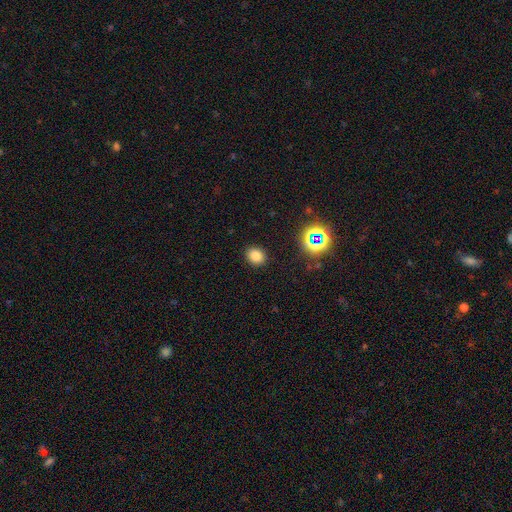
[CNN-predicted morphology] smooth_or_featured: smooth (p=0.79) [alt: star or artifact p=0.16]
how_rounded: round (p=0.61) [alt: in between p=0.38]
merging: none (p=0.89) [alt: minor disturbance p=0.07]